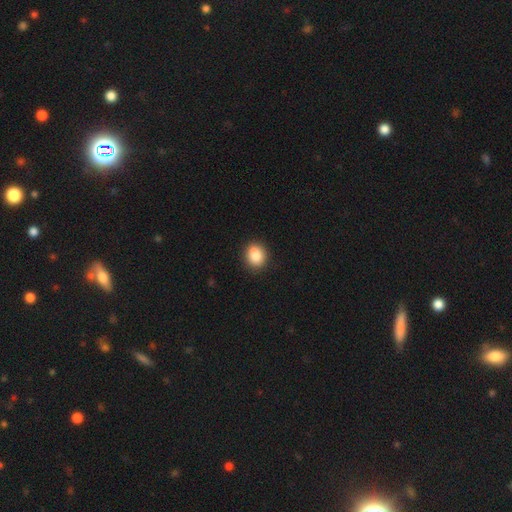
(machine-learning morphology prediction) Q: Smooth or featured?
A: smooth (85%); runner-up: star or artifact (9%)
Q: How rounded?
A: round (63%); runner-up: in between (36%)
Q: Merging?
A: none (87%); runner-up: minor disturbance (10%)